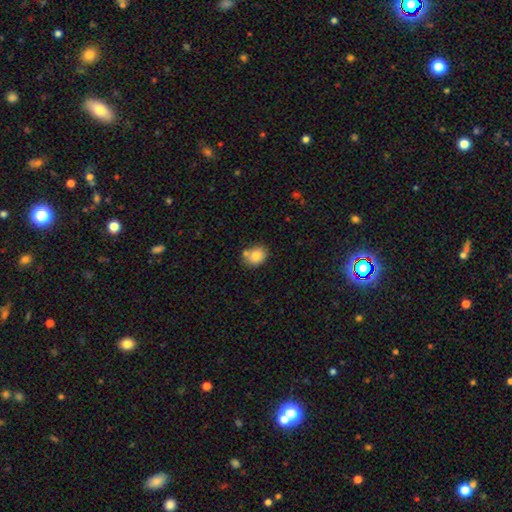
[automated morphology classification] A smooth galaxy with no disk features (81%) that is in between round and cigar-shaped (56%). Merging: none (63%).